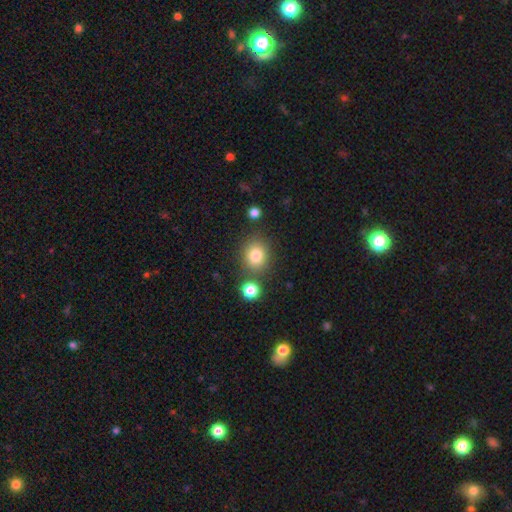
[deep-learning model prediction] smooth-or-featured: smooth: 81% | star or artifact: 12% | featured or disk: 8%
  how-rounded: round: 74% | in between: 25% | cigar-shaped: 1%
  merging: none: 76% | minor disturbance: 10% | merger: 10% | major disturbance: 4%